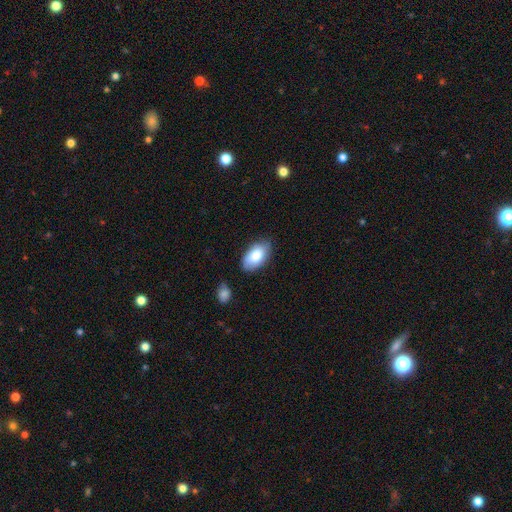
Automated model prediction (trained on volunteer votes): Smooth or featured? Predicted: smooth (p=0.82). How rounded? Predicted: in between (p=0.94). Merging? Predicted: none (p=0.74).